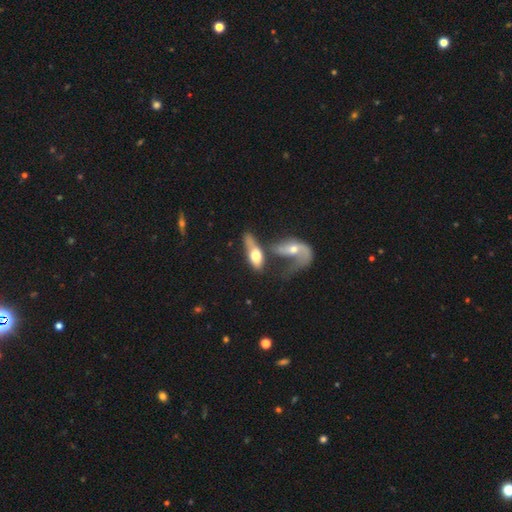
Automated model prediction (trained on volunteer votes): A smooth galaxy with no disk features (51%) that is in between round and cigar-shaped (79%). Merging: merger (62%).